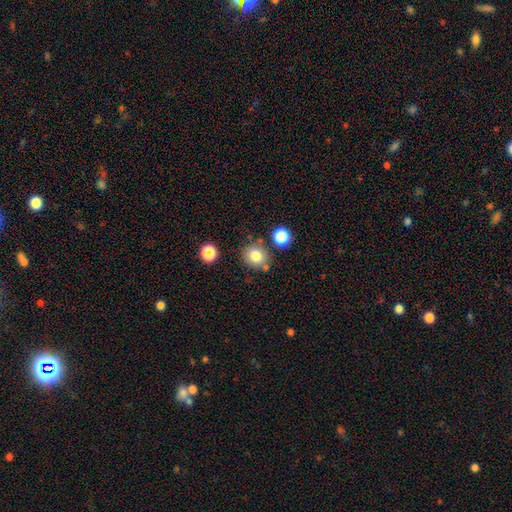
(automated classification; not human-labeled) Overall: smooth (80%). How rounded: round (77%). Merging: none (74%).